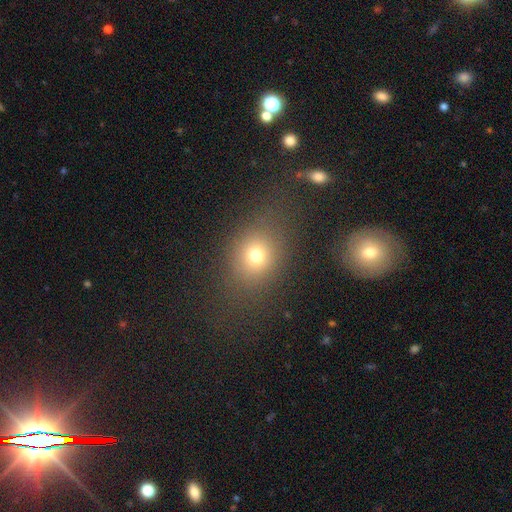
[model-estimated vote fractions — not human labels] smooth 73%, star or artifact 17%, featured or disk 11%. Down the decision tree: how rounded — round (59%); merging — none (77%).